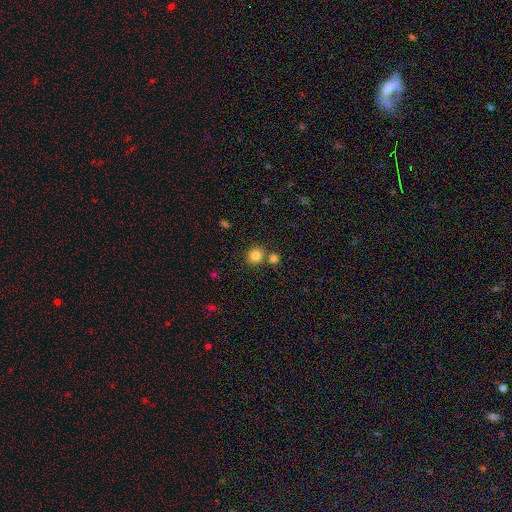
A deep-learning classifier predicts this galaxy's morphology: Smooth or featured? Predicted: smooth (p=0.83). How rounded? Predicted: round (p=0.87). Merging? Predicted: none (p=0.73).